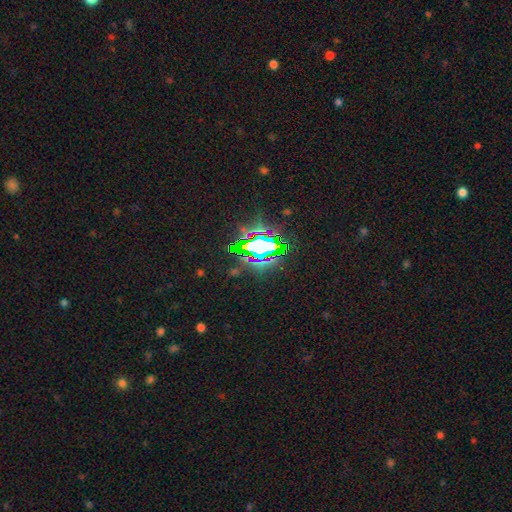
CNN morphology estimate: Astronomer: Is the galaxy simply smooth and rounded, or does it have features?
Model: star or artifact — 82%.